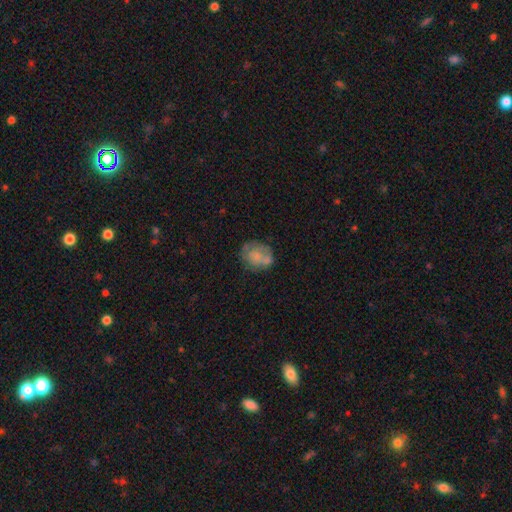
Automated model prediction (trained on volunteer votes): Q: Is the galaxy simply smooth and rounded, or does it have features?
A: smooth — 59%.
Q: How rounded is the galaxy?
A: round — 58%.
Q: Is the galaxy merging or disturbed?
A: none — 49%.